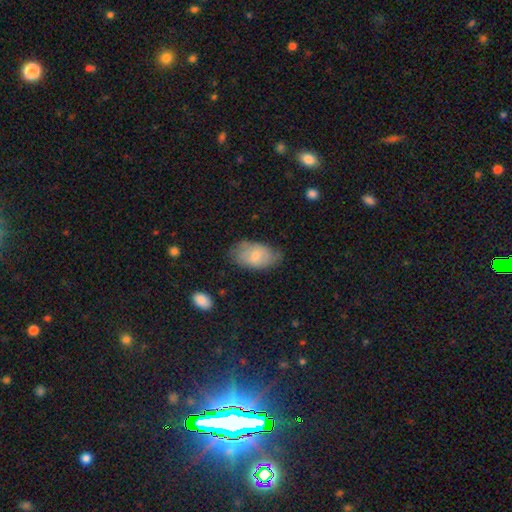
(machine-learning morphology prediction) smooth 66%, featured or disk 27%, star or artifact 6%. Down the decision tree: how rounded — in between (93%); merging — none (63%).